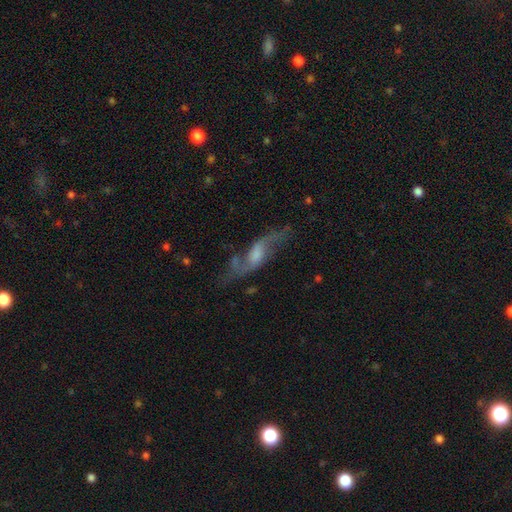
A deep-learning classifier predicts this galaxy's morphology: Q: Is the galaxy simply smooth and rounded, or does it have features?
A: featured or disk — 74%.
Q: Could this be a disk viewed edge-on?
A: no — 75%.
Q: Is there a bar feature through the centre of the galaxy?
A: no — 47%.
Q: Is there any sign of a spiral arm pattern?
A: yes — 90%.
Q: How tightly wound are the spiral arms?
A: loose — 60%.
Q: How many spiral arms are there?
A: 2 — 84%.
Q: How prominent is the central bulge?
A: moderate — 45%.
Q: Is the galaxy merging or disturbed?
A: none — 71%.